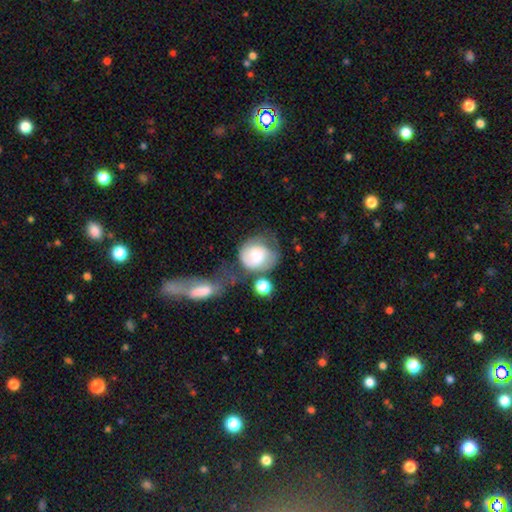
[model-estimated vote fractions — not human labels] Smooth or featured?
  - smooth: 48% *
  - featured or disk: 45%
  - star or artifact: 7%
Merging?
  - none: 30% *
  - major disturbance: 27%
  - minor disturbance: 22%
  - merger: 20%